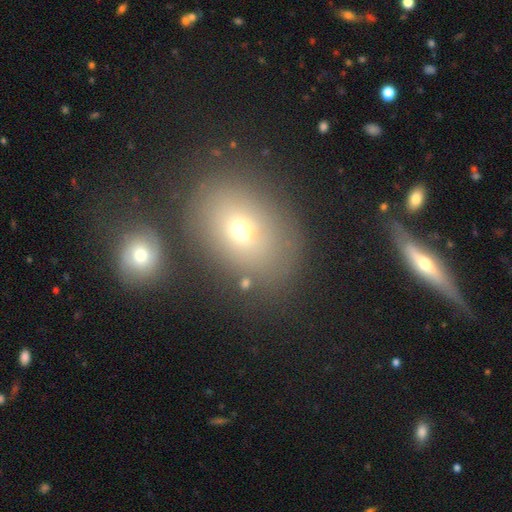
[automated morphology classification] A smooth galaxy with no disk features (64%) that is in between round and cigar-shaped (59%). Merging: none (76%).